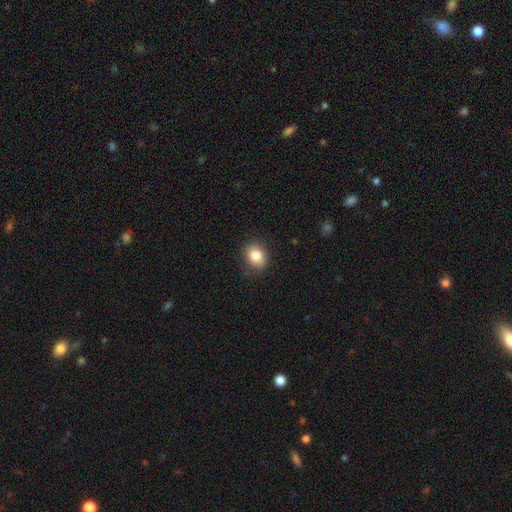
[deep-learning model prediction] Smooth or featured? Predicted: smooth (p=0.85). How rounded? Predicted: round (p=0.51). Merging? Predicted: none (p=0.85).